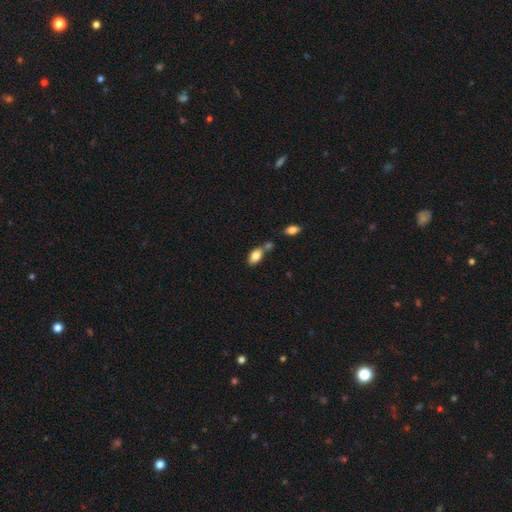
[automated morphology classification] A smooth galaxy with no disk features (82%) that is in between round and cigar-shaped (92%).

Vote fractions:
- Smooth or featured? smooth: 82% / featured or disk: 11% / star or artifact: 7%
- How rounded? in between: 92% / round: 5% / cigar-shaped: 4%
- Merging? none: 55% / merger: 27% / minor disturbance: 14% / major disturbance: 4%